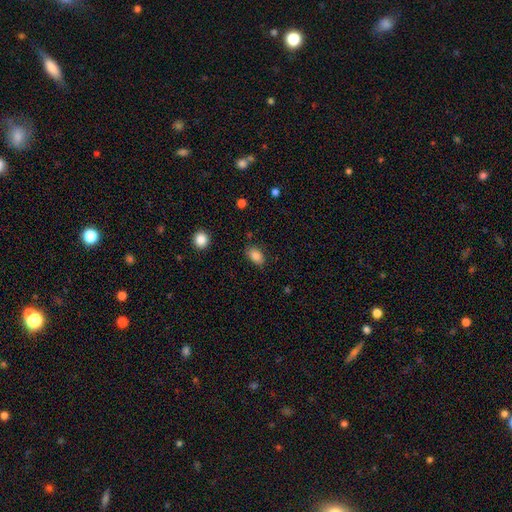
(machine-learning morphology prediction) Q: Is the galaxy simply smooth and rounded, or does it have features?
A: smooth — 86%.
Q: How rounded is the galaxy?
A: in between — 86%.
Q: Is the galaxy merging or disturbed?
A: none — 81%.